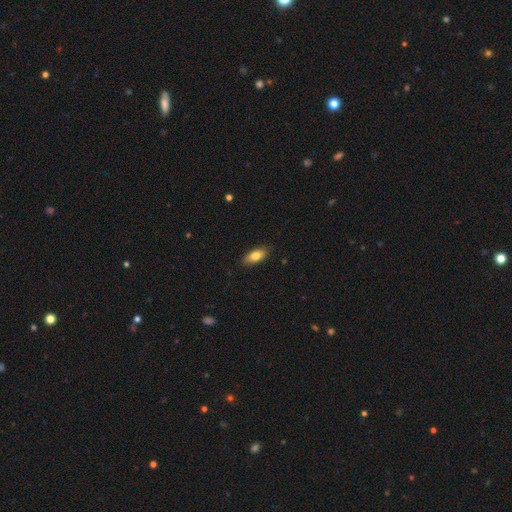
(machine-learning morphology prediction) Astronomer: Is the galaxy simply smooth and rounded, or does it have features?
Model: smooth — 79%.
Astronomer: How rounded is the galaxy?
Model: in between — 82%.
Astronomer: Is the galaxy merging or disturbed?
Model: none — 88%.